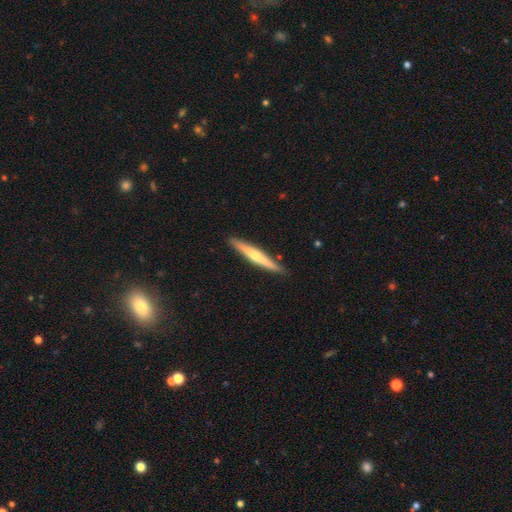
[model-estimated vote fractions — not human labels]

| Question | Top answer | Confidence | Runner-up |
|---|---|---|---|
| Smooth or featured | featured or disk | 53% | smooth (42%) |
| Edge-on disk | yes | 96% | no (4%) |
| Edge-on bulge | rounded | 73% | none (23%) |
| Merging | none | 89% | minor disturbance (8%) |